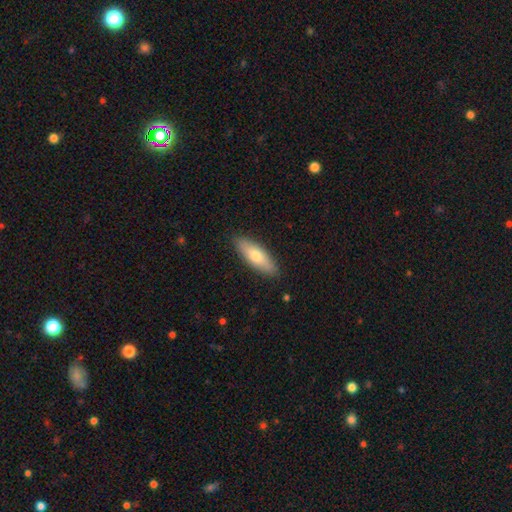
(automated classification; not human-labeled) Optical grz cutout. It shows a smooth galaxy with no disk features (68%) that is in between round and cigar-shaped (56%). Merging: none (88%).